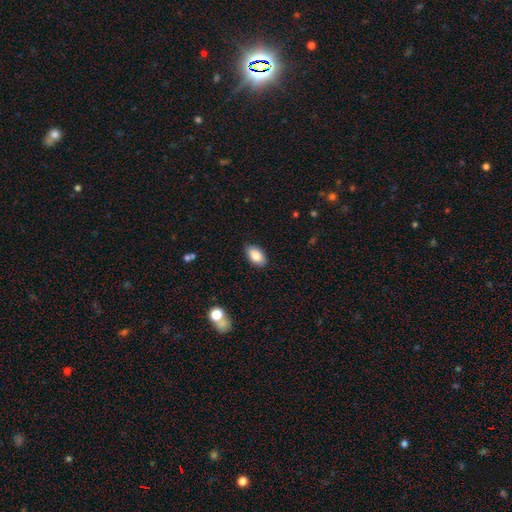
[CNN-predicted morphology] A smooth galaxy with no disk features (86%) that is in between round and cigar-shaped (93%).

Vote fractions:
- Smooth or featured? smooth: 86% / star or artifact: 7% / featured or disk: 7%
- How rounded? in between: 93% / round: 5% / cigar-shaped: 2%
- Merging? none: 85% / minor disturbance: 11% / major disturbance: 2% / merger: 1%